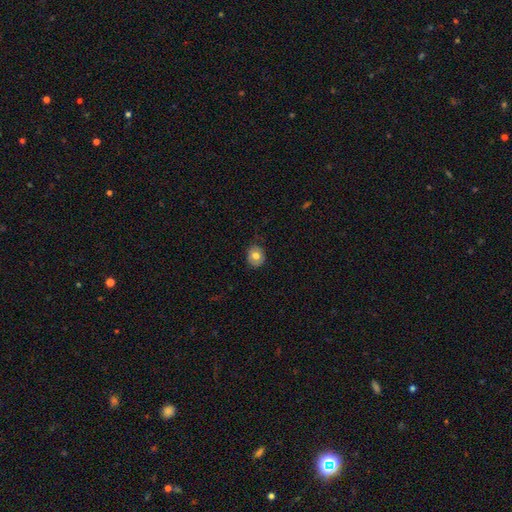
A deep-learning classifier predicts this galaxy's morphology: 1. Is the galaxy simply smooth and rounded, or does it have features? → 72% smooth, 20% featured or disk, 9% star or artifact.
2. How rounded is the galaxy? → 74% round, 25% in between, 1% cigar-shaped.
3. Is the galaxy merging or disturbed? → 80% none, 16% minor disturbance, 3% major disturbance, 1% merger.